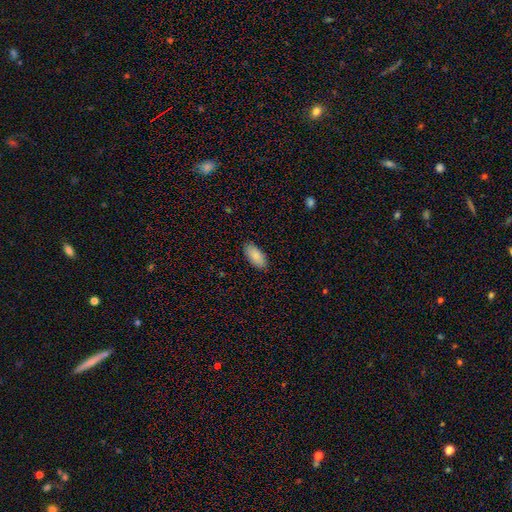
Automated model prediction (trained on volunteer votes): smooth-or-featured: smooth: 86% | featured or disk: 7% | star or artifact: 6%
  how-rounded: in between: 91% | cigar-shaped: 7% | round: 2%
  merging: none: 88% | minor disturbance: 9% | major disturbance: 2% | merger: 1%